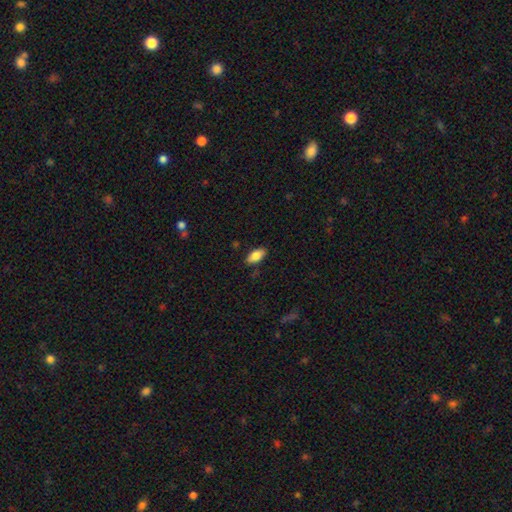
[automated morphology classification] smooth-or-featured: smooth: 80% | featured or disk: 13% | star or artifact: 7%
  how-rounded: in between: 87% | cigar-shaped: 10% | round: 3%
  merging: none: 84% | minor disturbance: 12% | major disturbance: 2% | merger: 1%